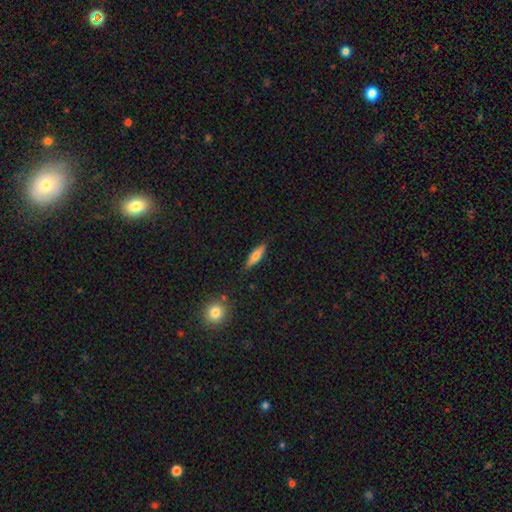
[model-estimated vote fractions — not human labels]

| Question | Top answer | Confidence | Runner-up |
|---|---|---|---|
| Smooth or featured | smooth | 62% | featured or disk (31%) |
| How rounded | cigar-shaped | 62% | in between (35%) |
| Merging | none | 84% | minor disturbance (12%) |